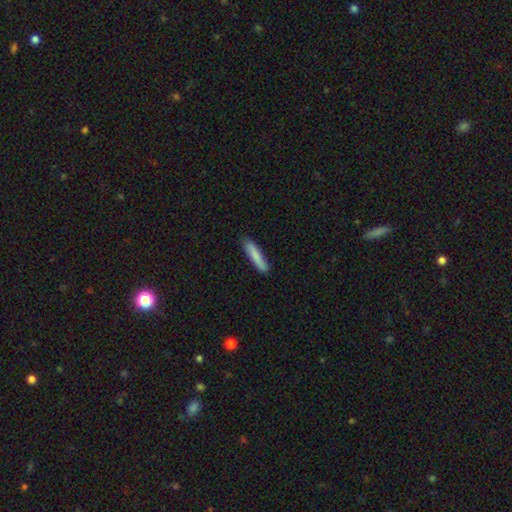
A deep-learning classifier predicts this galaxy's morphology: This is clearly a smooth galaxy (82%). How rounded: clearly cigar-shaped (88%). Merging: clearly none (85%).